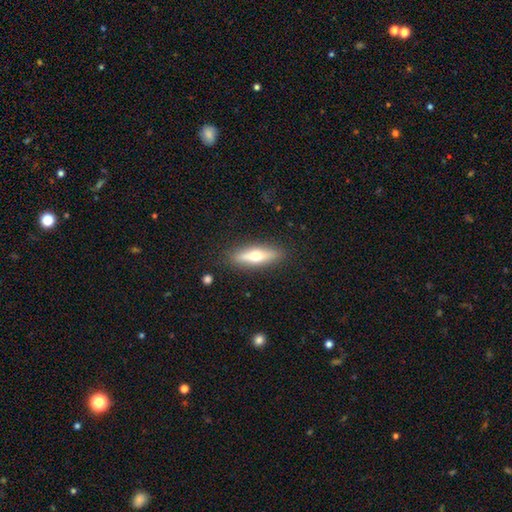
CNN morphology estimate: smooth_or_featured: featured or disk (p=0.49) [alt: smooth p=0.45]
merging: none (p=0.87) [alt: minor disturbance p=0.09]